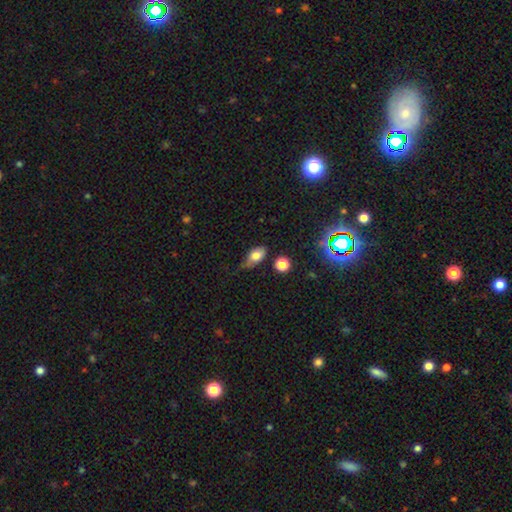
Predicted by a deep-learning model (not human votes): This appears to be a smooth galaxy with no disk features (74%) that is in between round and cigar-shaped (87%). Merging: none (48%).